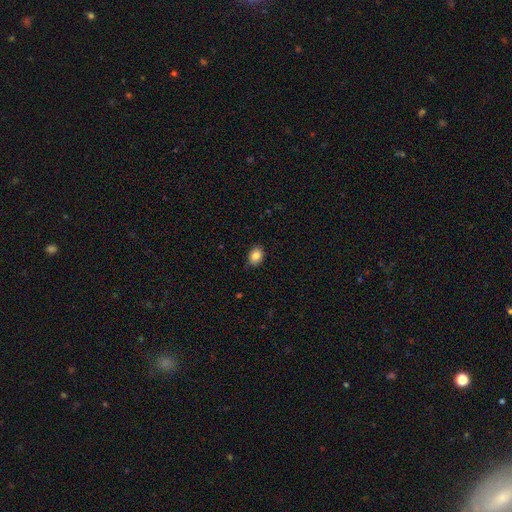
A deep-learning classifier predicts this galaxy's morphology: type=smooth (85%); roundness=in between (68%); merging=none (85%).